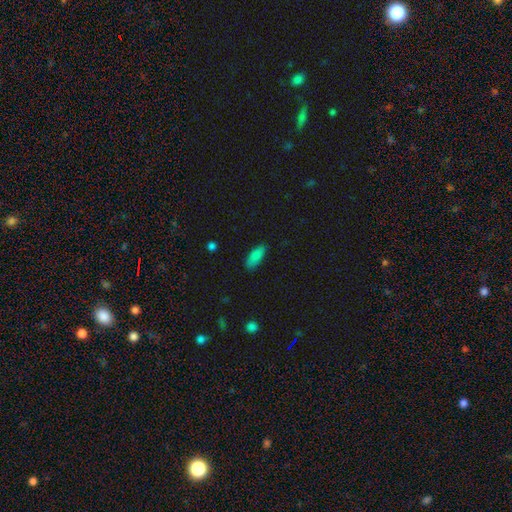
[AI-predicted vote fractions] The model was most divided on "how rounded": in between: 77%, cigar-shaped: 20%, round: 2%. More confident: smooth or featured — smooth (84%); merging — none (80%).